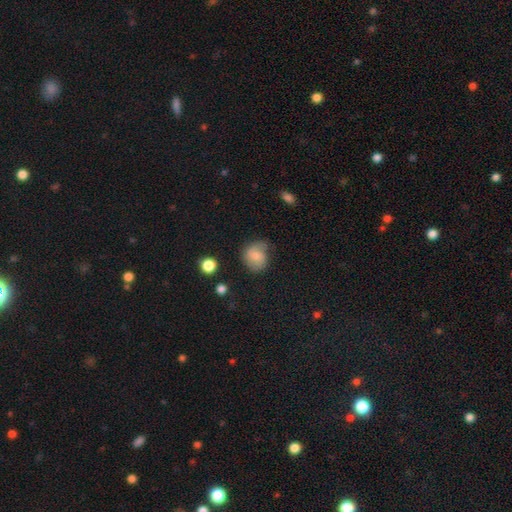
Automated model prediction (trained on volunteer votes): Smooth or featured? smooth (68%)
How rounded? round (67%)
Merging? none (54%)